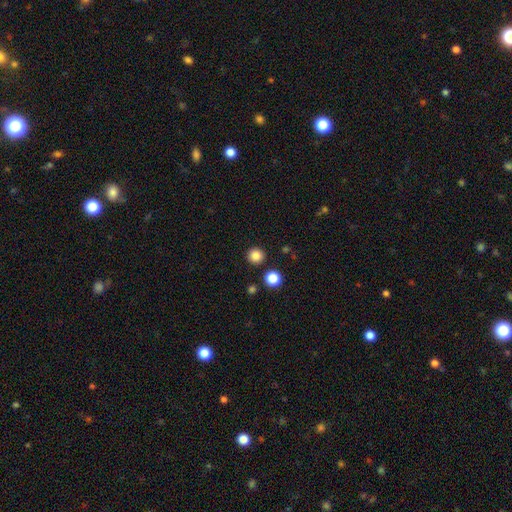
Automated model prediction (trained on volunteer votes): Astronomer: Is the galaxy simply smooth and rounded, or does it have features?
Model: smooth — 85%.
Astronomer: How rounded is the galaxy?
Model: round — 95%.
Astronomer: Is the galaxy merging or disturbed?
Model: none — 91%.